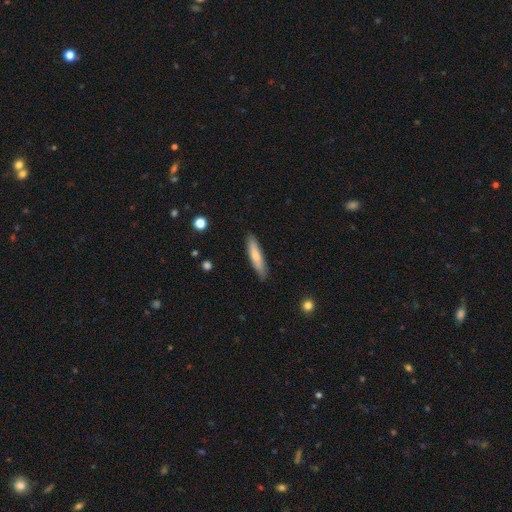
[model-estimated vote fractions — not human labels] Smooth or featured: smooth — 71% (featured or disk — 24%)
How rounded: cigar-shaped — 84% (in between — 14%)
Merging: none — 87% (minor disturbance — 10%)